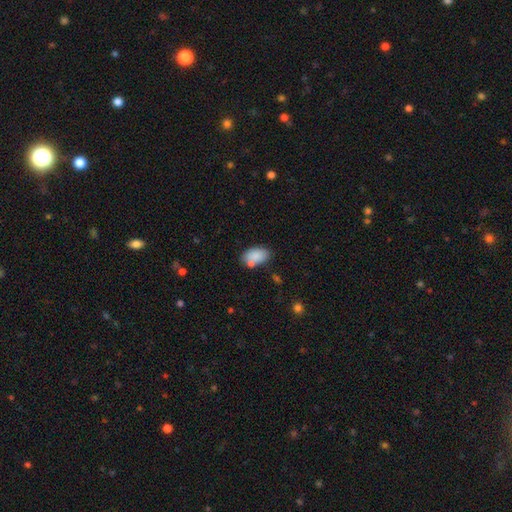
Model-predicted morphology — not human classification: This is clearly a smooth galaxy (87%). How rounded: clearly in between (93%). Merging: likely none (68%).